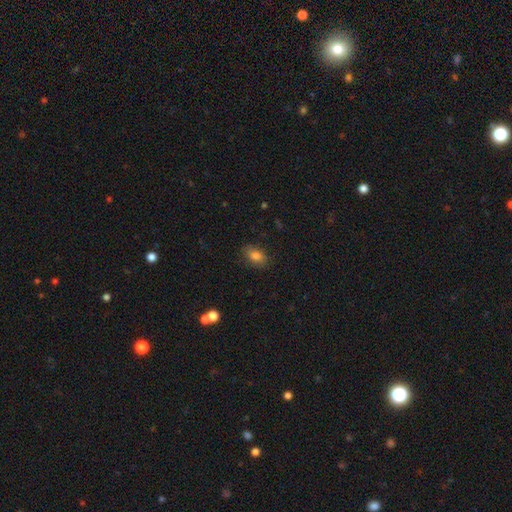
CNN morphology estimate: Smooth or featured: smooth — 82% (star or artifact — 9%)
How rounded: in between — 85% (round — 12%)
Merging: none — 82% (minor disturbance — 14%)